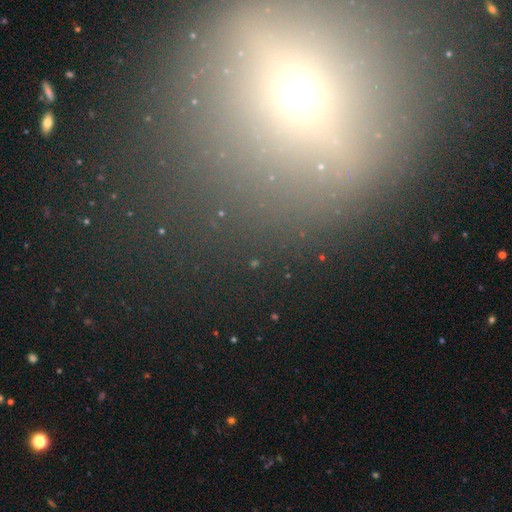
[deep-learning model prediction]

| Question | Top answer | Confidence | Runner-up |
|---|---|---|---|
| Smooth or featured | star or artifact | 39% | smooth (38%) |